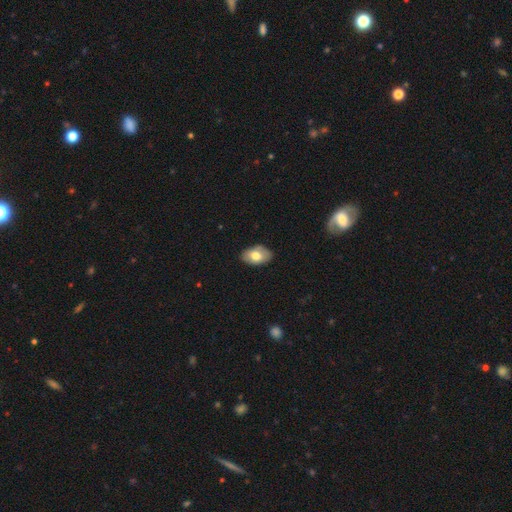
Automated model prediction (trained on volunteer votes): This is likely a smooth galaxy (72%). How rounded: clearly in between (91%). Merging: likely none (79%).